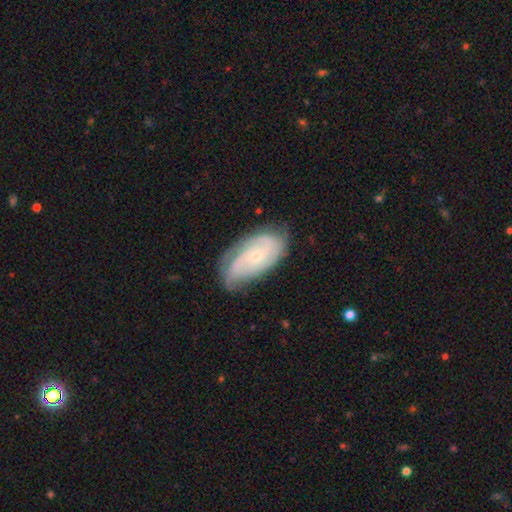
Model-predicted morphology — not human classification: smooth_or_featured: featured or disk (p=0.74) [alt: smooth p=0.20]
disk_edge_on: no (p=0.95) [alt: yes p=0.05]
bar: no (p=0.74) [alt: weak p=0.22]
has_spiral_arms: yes (p=0.92) [alt: no p=0.08]
spiral_winding: tight (p=0.55) [alt: medium p=0.34]
spiral_arm_count: 2 (p=0.36) [alt: can't tell p=0.32]
bulge_size: small (p=0.71) [alt: moderate p=0.25]
merging: none (p=0.66) [alt: minor disturbance p=0.25]